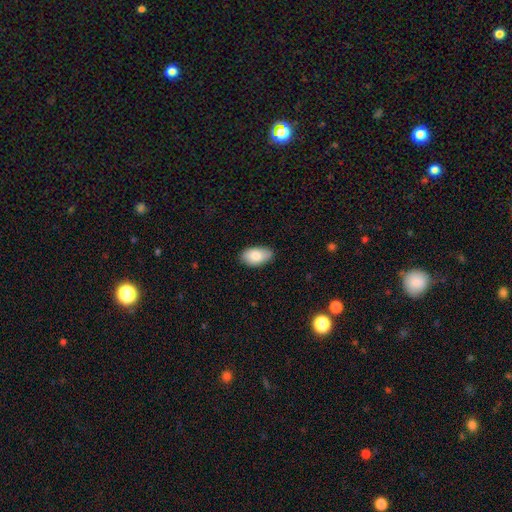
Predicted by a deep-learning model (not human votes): Smooth or featured?
  - smooth: 85% *
  - featured or disk: 9%
  - star or artifact: 6%
How rounded?
  - in between: 94% *
  - round: 4%
  - cigar-shaped: 1%
Merging?
  - none: 82% *
  - minor disturbance: 14%
  - major disturbance: 2%
  - merger: 1%